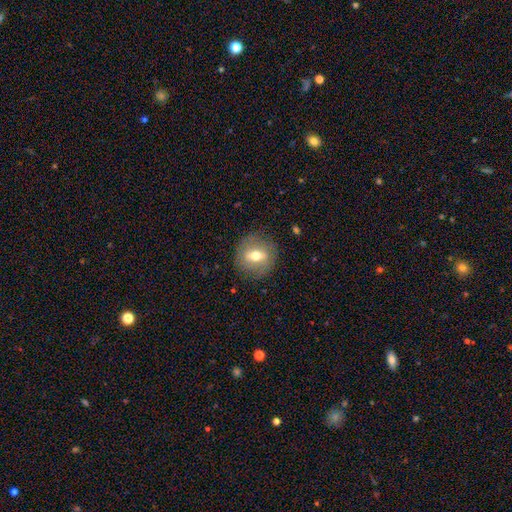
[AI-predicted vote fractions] Morphology: type=smooth (47%); merging=none (83%).